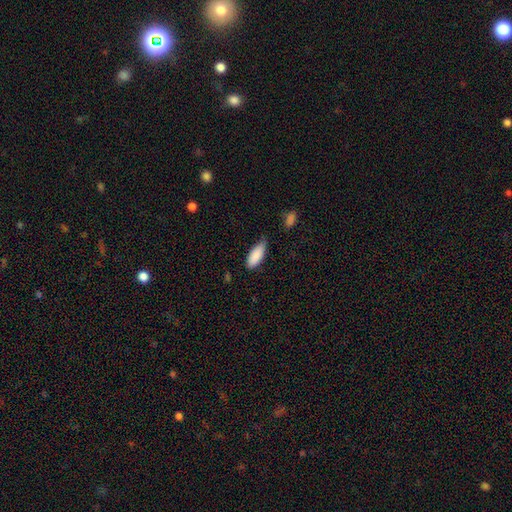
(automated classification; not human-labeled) smooth_or_featured: smooth (p=0.88) [alt: star or artifact p=0.06]
how_rounded: in between (p=0.79) [alt: cigar-shaped p=0.19]
merging: none (p=0.54) [alt: minor disturbance p=0.37]